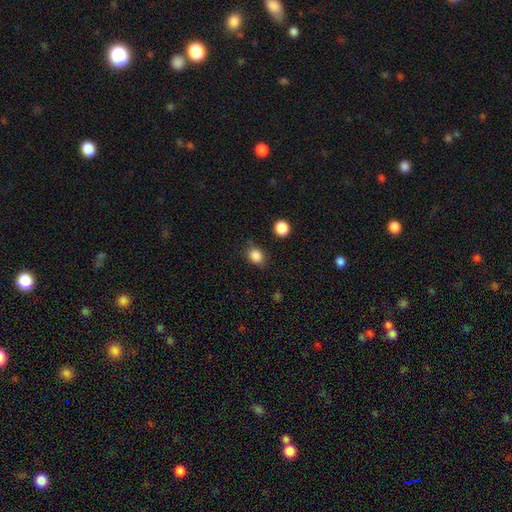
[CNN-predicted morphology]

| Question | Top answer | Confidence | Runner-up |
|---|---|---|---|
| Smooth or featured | smooth | 86% | star or artifact (10%) |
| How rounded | round | 53% | in between (46%) |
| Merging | none | 76% | minor disturbance (16%) |